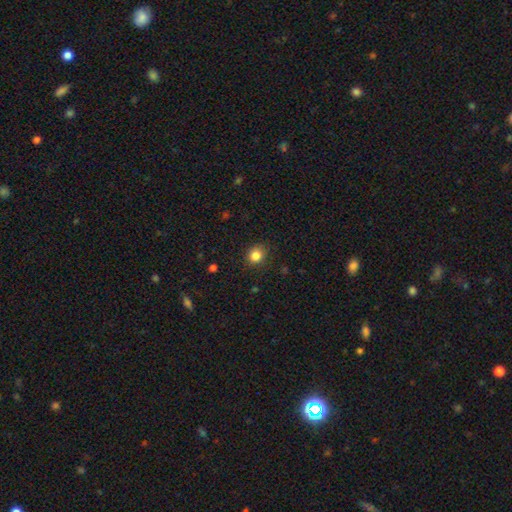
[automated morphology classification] Overall: smooth (84%). How rounded: round (75%). Merging: none (86%).